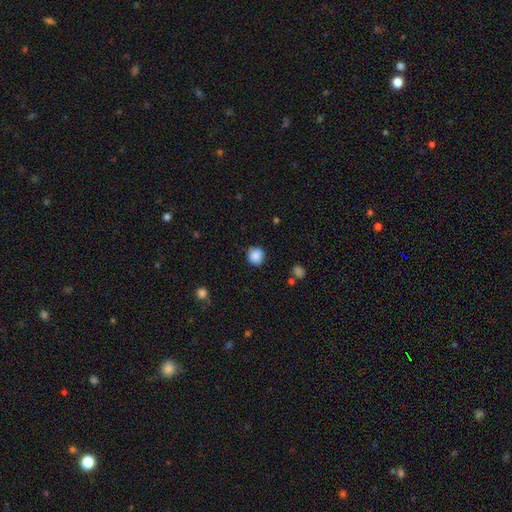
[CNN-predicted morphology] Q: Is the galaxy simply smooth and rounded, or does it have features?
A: smooth — 87%.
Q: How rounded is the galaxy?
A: round — 89%.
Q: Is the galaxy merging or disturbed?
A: none — 84%.